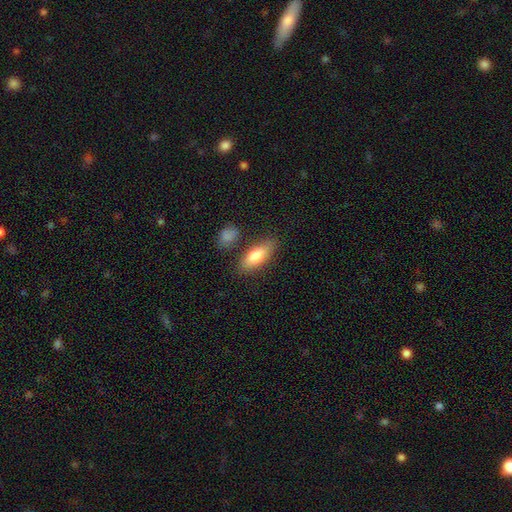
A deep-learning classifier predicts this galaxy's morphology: This appears to be a smooth galaxy with no disk features (79%) that is in between round and cigar-shaped (73%). Merging: none (76%).